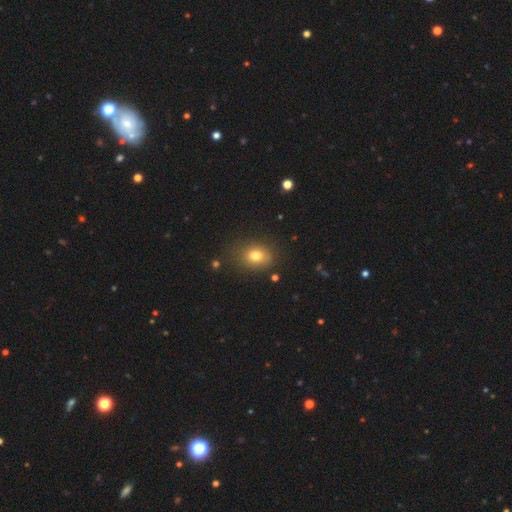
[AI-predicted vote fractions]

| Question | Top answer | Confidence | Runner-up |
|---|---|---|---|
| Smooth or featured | smooth | 77% | star or artifact (13%) |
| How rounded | in between | 53% | round (46%) |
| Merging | none | 79% | minor disturbance (14%) |